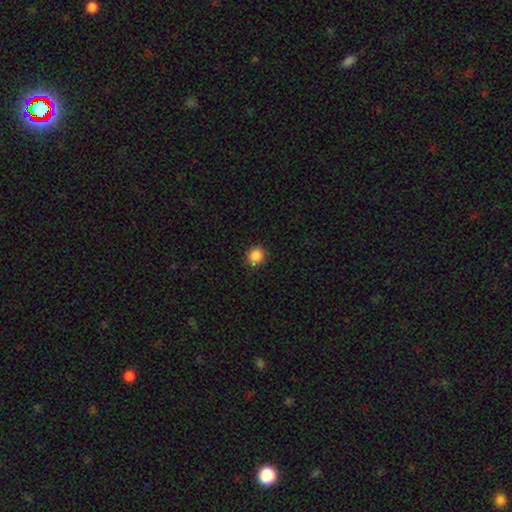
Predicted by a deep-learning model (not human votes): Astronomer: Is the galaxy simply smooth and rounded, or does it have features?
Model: smooth — 87%.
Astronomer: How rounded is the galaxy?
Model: round — 87%.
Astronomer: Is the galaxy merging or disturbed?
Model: none — 85%.